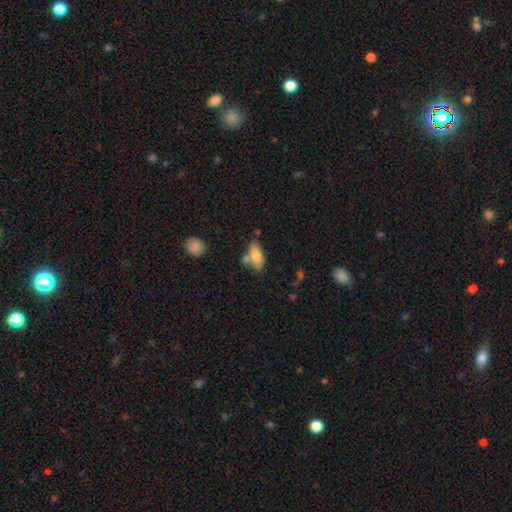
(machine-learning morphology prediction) type=smooth (78%); roundness=in between (80%); merging=none (60%).